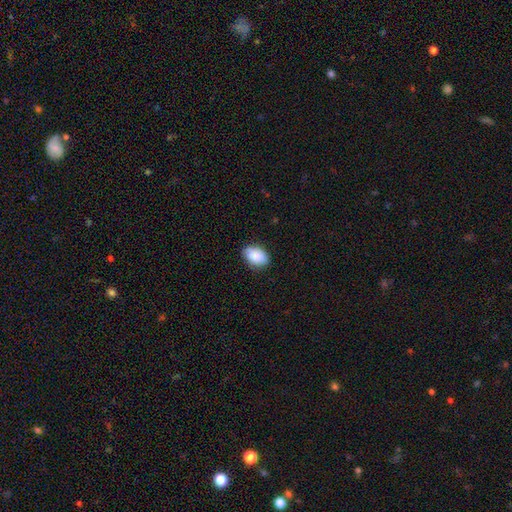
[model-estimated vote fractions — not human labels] Smooth or featured? smooth (89%)
How rounded? in between (88%)
Merging? none (84%)